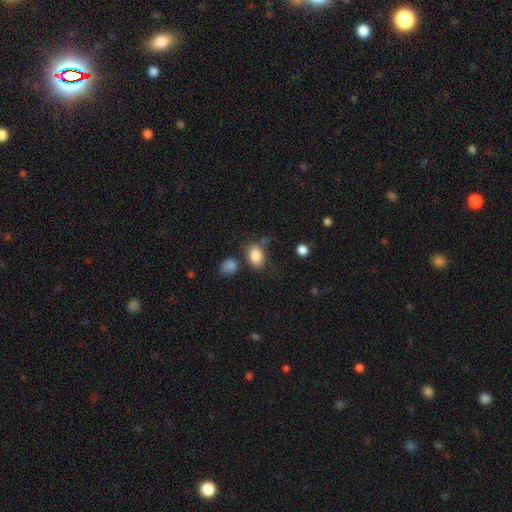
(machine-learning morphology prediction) smooth 85%, star or artifact 9%, featured or disk 6%. Down the decision tree: how rounded — in between (70%); merging — none (63%).